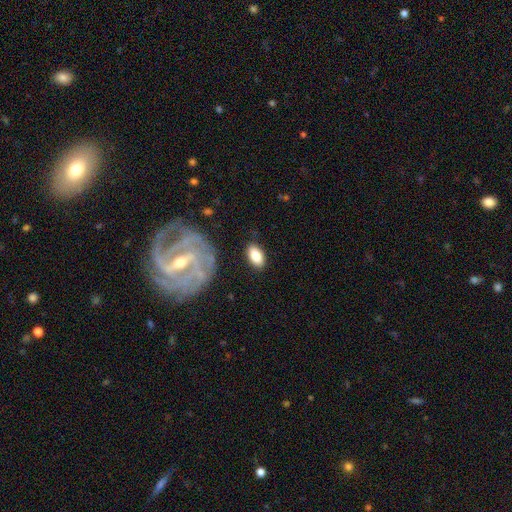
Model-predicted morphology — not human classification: Smooth or featured?
  - smooth: 81% *
  - featured or disk: 12%
  - star or artifact: 7%
How rounded?
  - in between: 92% *
  - round: 5%
  - cigar-shaped: 3%
Merging?
  - none: 83% *
  - minor disturbance: 12%
  - major disturbance: 4%
  - merger: 2%